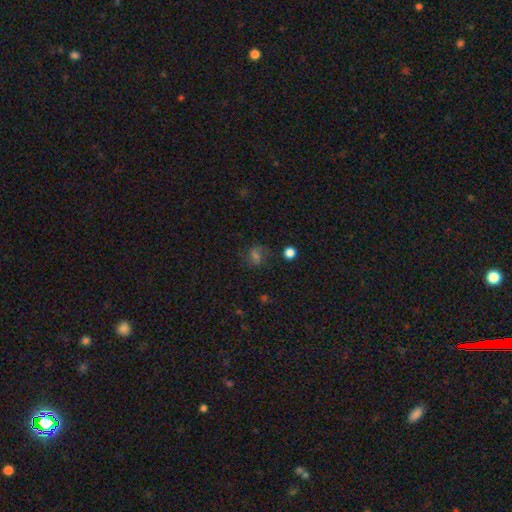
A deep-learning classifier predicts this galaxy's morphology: Smooth or featured? smooth (42%)
Merging? none (71%)